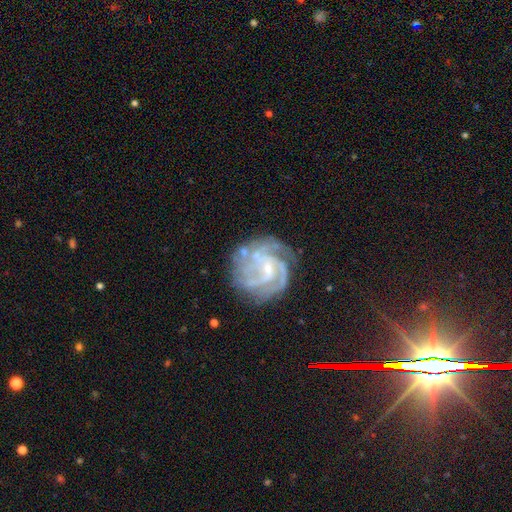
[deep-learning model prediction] This is clearly a featured or disk galaxy (86%). It is clearly not viewed edge-on (98%). Bar: possibly weak (46%). Spiral arm pattern: clearly yes (96%). Spiral arm count: marginally 3 (36%). Spiral winding: possibly tight (52%). Central bulge: likely small (73%). Merging: likely none (68%).